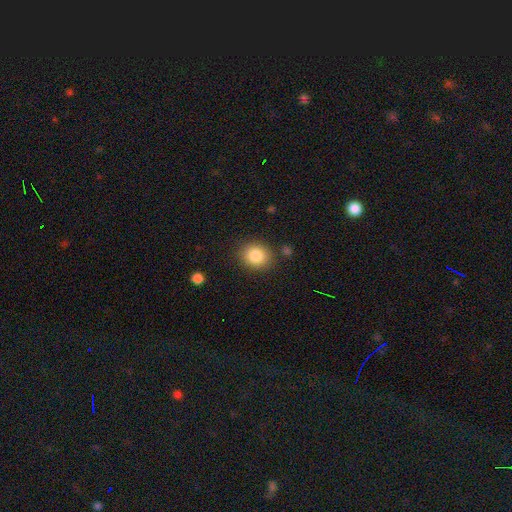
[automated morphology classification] This appears to be a smooth galaxy with no disk features (85%) that is round (76%). Merging: none (85%).